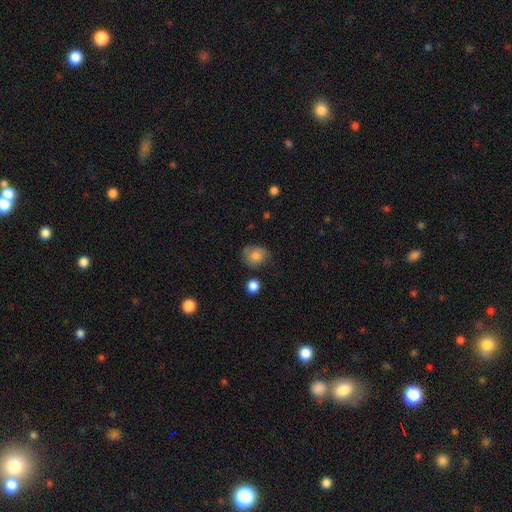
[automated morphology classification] This is likely a smooth galaxy (75%). How rounded: possibly round (59%). Merging: possibly none (59%).